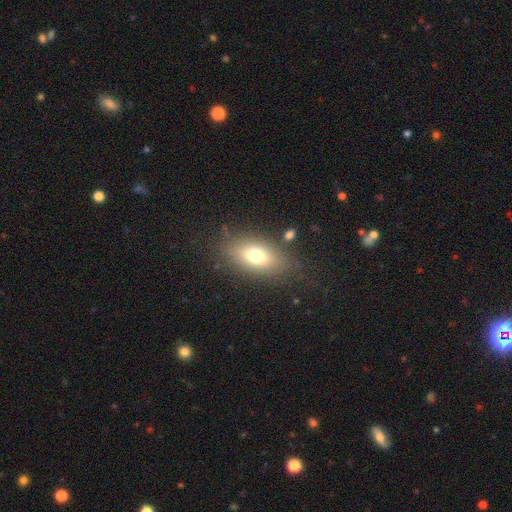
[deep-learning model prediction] smooth-or-featured: smooth: 71% | featured or disk: 17% | star or artifact: 11%
  how-rounded: in between: 82% | round: 12% | cigar-shaped: 6%
  merging: none: 79% | minor disturbance: 12% | major disturbance: 6% | merger: 3%